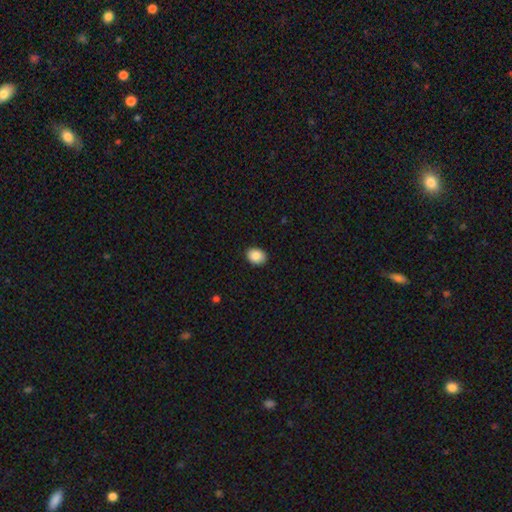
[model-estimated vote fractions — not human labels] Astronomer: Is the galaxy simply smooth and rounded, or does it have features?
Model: smooth — 87%.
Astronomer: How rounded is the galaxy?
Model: in between — 64%.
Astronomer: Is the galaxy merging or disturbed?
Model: none — 89%.